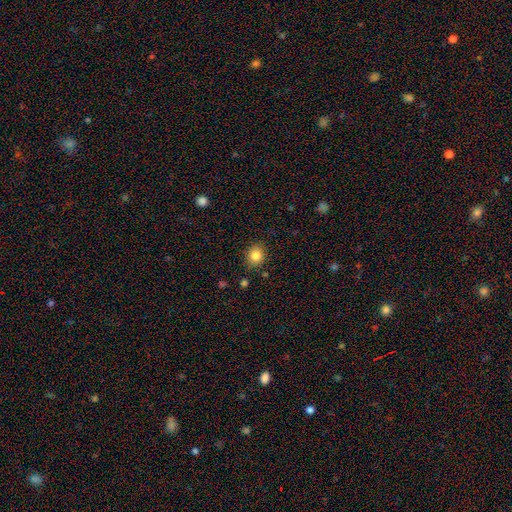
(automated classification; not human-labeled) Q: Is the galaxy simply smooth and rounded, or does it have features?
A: smooth — 83%.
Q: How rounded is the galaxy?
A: round — 61%.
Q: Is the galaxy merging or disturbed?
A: none — 83%.